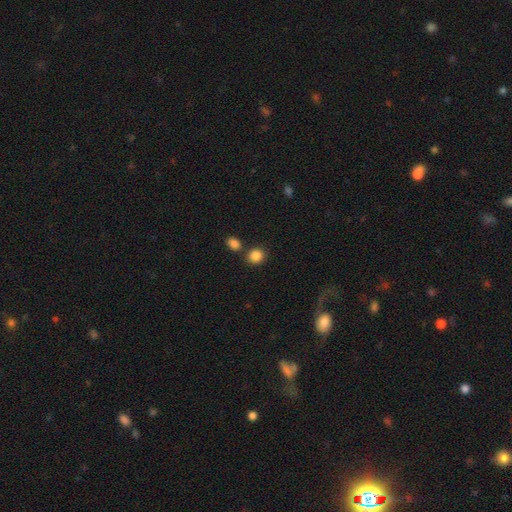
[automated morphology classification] A smooth galaxy with no disk features (86%) that is round (76%). Merging: none (74%).